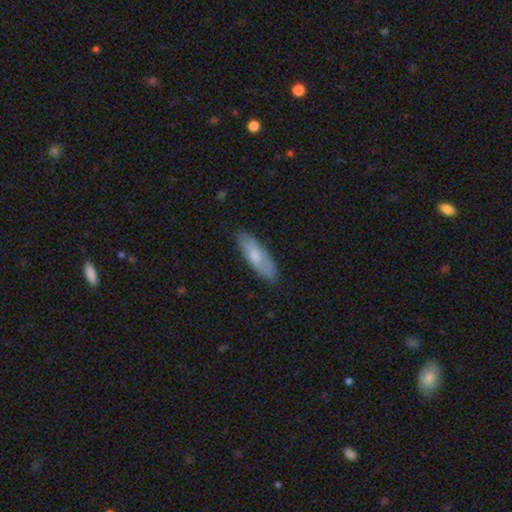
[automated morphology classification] smooth-or-featured: smooth: 65% | featured or disk: 29% | star or artifact: 6%
  how-rounded: in between: 59% | cigar-shaped: 39% | round: 2%
  merging: none: 82% | minor disturbance: 14% | major disturbance: 3% | merger: 1%